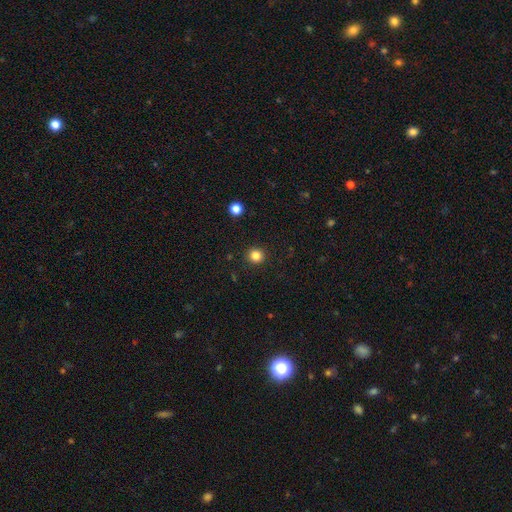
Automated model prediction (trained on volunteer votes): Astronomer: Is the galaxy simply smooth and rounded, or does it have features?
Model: smooth — 83%.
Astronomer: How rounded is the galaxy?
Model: round — 94%.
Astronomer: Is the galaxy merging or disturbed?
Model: none — 93%.